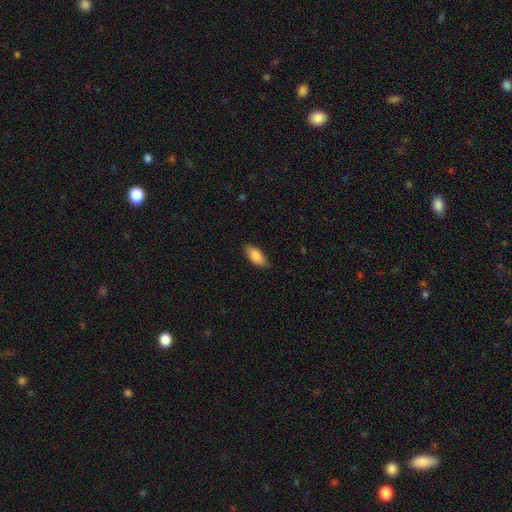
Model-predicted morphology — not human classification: Smooth or featured?
  - smooth: 85% *
  - featured or disk: 9%
  - star or artifact: 6%
How rounded?
  - in between: 85% *
  - cigar-shaped: 13%
  - round: 2%
Merging?
  - none: 82% *
  - minor disturbance: 14%
  - major disturbance: 3%
  - merger: 1%